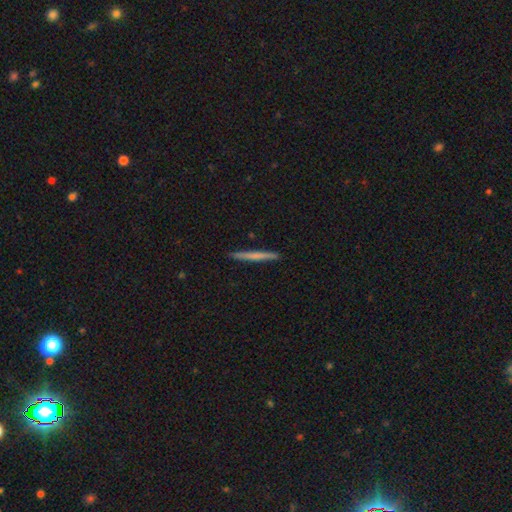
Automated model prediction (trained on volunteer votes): Q: Smooth or featured?
A: smooth (60%); runner-up: featured or disk (35%)
Q: How rounded?
A: cigar-shaped (97%); runner-up: in between (2%)
Q: Merging?
A: none (93%); runner-up: minor disturbance (5%)